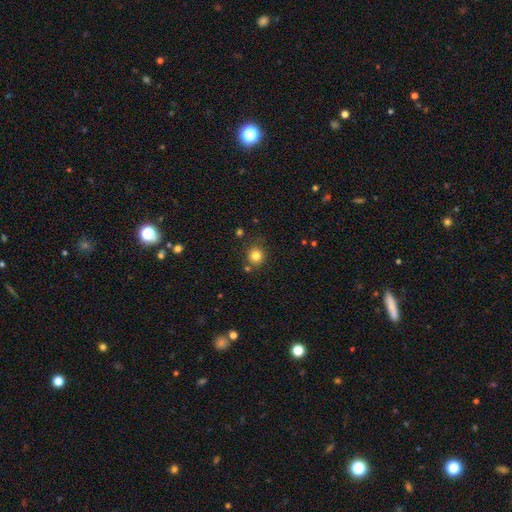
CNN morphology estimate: The model was most divided on "smooth or featured": smooth: 81%, star or artifact: 13%, featured or disk: 6%. More confident: how rounded — round (90%); merging — none (80%).